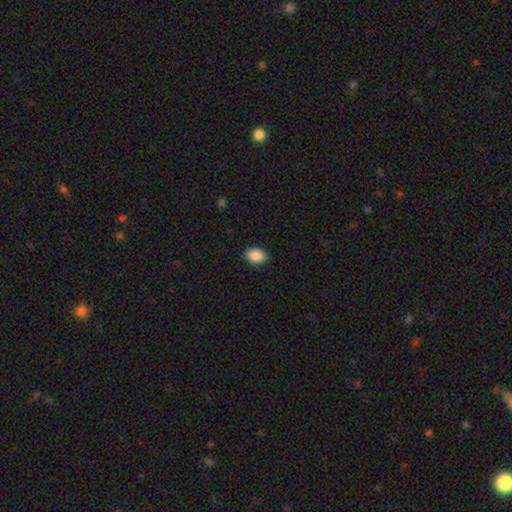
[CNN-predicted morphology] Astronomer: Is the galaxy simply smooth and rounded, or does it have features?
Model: smooth — 90%.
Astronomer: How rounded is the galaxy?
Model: in between — 84%.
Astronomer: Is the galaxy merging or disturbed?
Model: none — 90%.